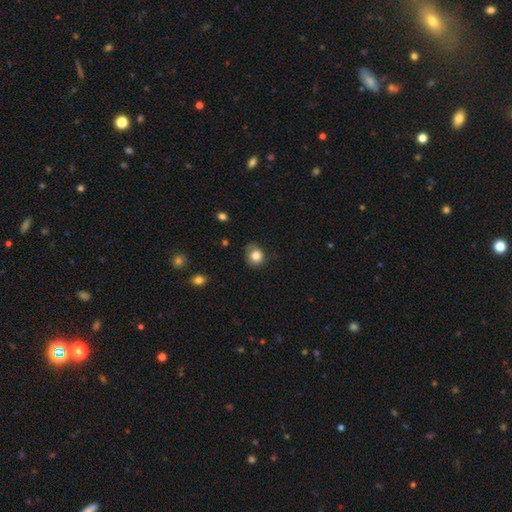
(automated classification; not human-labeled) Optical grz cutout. It shows a smooth galaxy with no disk features (81%) that is round (73%). Merging: none (67%).